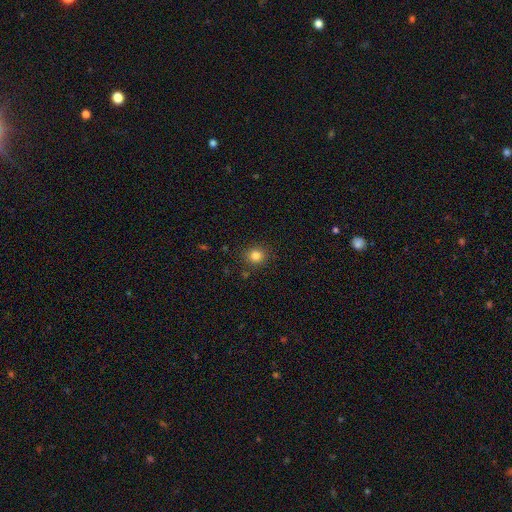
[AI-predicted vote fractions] Smooth or featured? smooth (82%)
How rounded? round (87%)
Merging? none (88%)